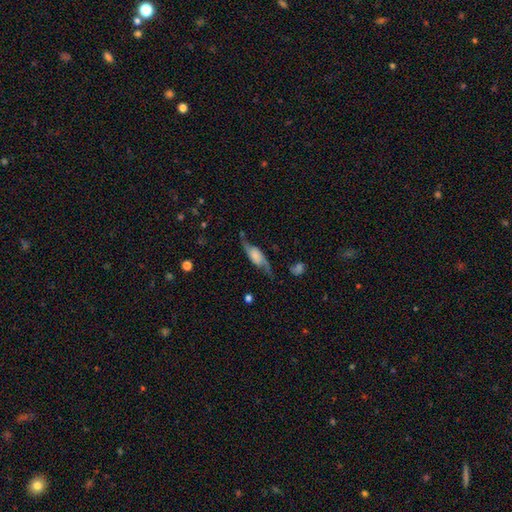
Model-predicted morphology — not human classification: The model was most divided on "bulge size": none: 32%, small: 23%, large: 19%, moderate: 15%, dominant: 10%. More confident: spiral arms — yes (93%); spiral arm count — 2 (92%); edge-on disk — no (77%); smooth or featured — featured or disk (75%); spiral winding — loose (75%); merging — none (66%); bar — no (58%).